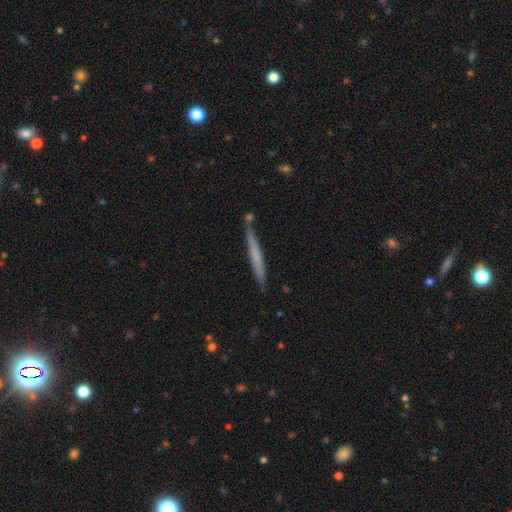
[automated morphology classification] Smooth or featured? Predicted: smooth (p=0.54). How rounded? Predicted: cigar-shaped (p=0.97). Merging? Predicted: none (p=0.84).